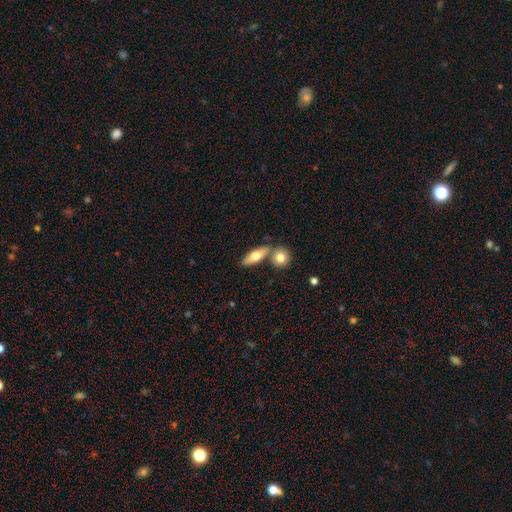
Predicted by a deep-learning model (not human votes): This is likely a smooth galaxy (67%). How rounded: likely in between (63%). Merging: possibly none (57%).